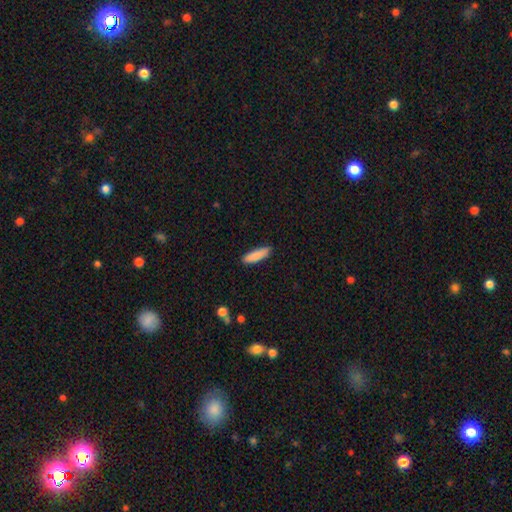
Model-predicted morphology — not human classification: smooth_or_featured: smooth (p=0.86) [alt: featured or disk p=0.08]
how_rounded: cigar-shaped (p=0.65) [alt: in between p=0.33]
merging: none (p=0.84) [alt: minor disturbance p=0.12]